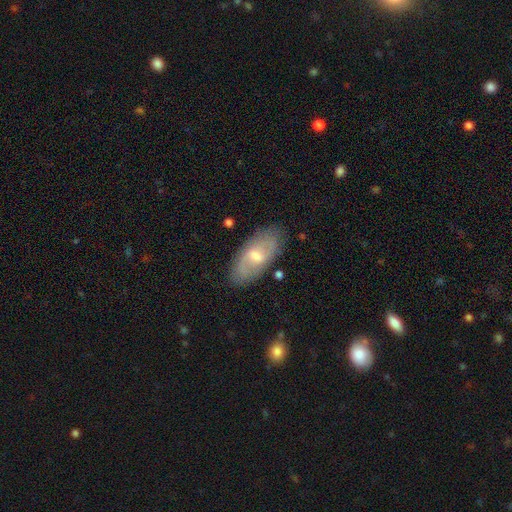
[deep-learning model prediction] Morphology: type=featured or disk (57%); edge-on=no (90%); bar=weak (58%); spiral arms=yes (70%); bulge=moderate (57%); merging=none (80%).